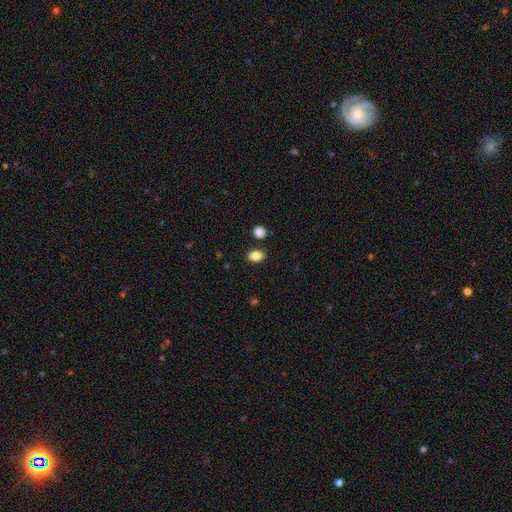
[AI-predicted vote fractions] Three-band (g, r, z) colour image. It shows a smooth galaxy with no disk features (85%) that is in between round and cigar-shaped (77%). Merging: none (83%).